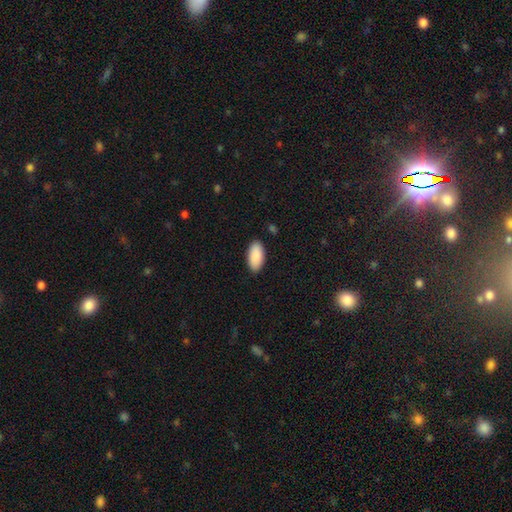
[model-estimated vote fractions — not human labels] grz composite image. It shows a smooth galaxy with no disk features (90%) that is in between round and cigar-shaped (95%). Merging: none (89%).